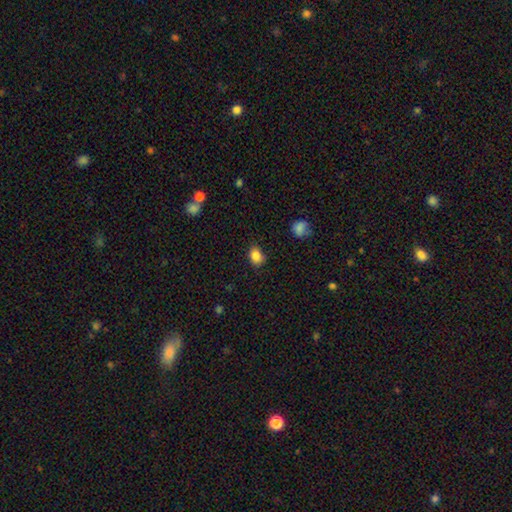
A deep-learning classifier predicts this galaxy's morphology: Smooth or featured?
  - smooth: 85% *
  - star or artifact: 10%
  - featured or disk: 5%
How rounded?
  - in between: 59% *
  - round: 39%
  - cigar-shaped: 1%
Merging?
  - none: 78% *
  - minor disturbance: 17%
  - major disturbance: 3%
  - merger: 2%